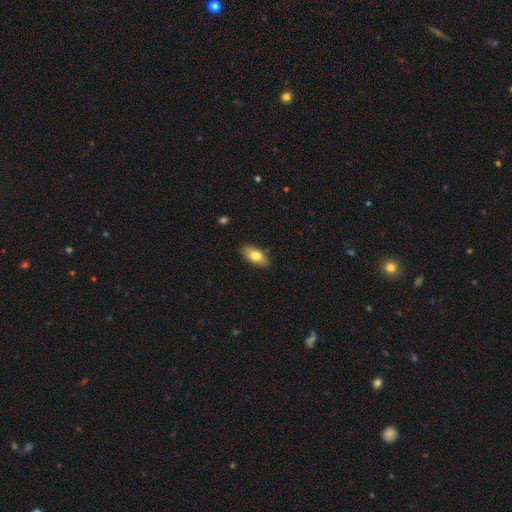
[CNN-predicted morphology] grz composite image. It shows a smooth galaxy with no disk features (77%) that is in between round and cigar-shaped (89%). Merging: none (87%).